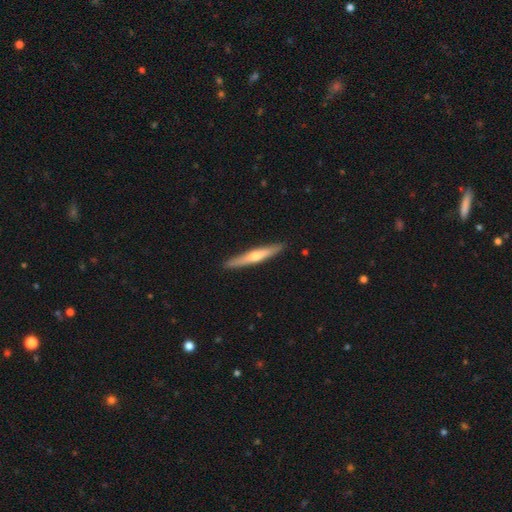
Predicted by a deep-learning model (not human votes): Q: Smooth or featured?
A: featured or disk (53%); runner-up: smooth (42%)
Q: Edge-on disk?
A: yes (96%); runner-up: no (4%)
Q: Edge-on bulge?
A: rounded (81%); runner-up: none (14%)
Q: Merging?
A: none (91%); runner-up: minor disturbance (7%)